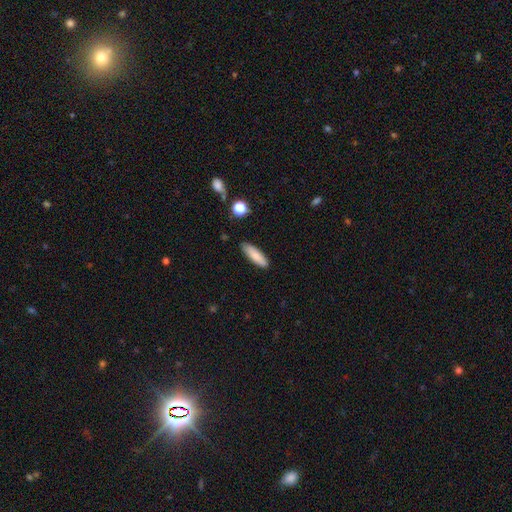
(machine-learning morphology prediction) Smooth or featured?
  - smooth: 84% *
  - featured or disk: 10%
  - star or artifact: 7%
How rounded?
  - cigar-shaped: 58% *
  - in between: 40%
  - round: 2%
Merging?
  - none: 86% *
  - minor disturbance: 10%
  - major disturbance: 2%
  - merger: 2%